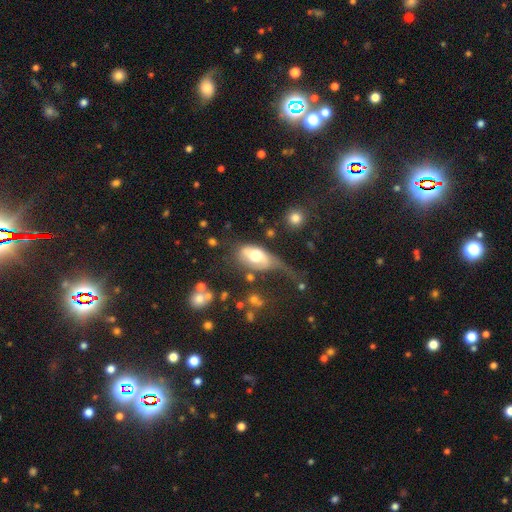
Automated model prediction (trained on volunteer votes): Smooth or featured?
  - smooth: 55% *
  - featured or disk: 38%
  - star or artifact: 7%
How rounded?
  - in between: 89% *
  - round: 7%
  - cigar-shaped: 4%
Merging?
  - major disturbance: 43% *
  - minor disturbance: 26%
  - none: 22%
  - merger: 9%